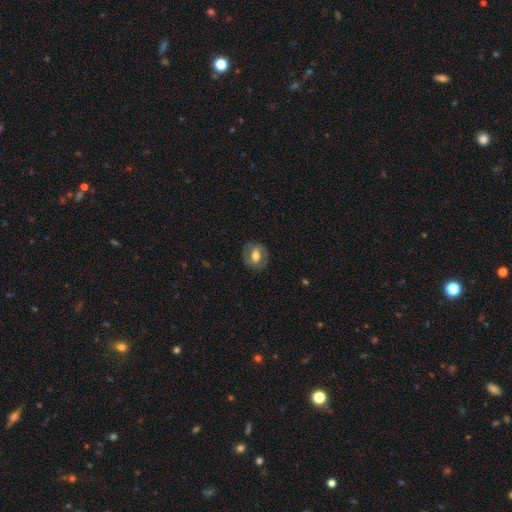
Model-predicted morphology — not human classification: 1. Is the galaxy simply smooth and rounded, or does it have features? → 48% featured or disk, 45% smooth, 7% star or artifact.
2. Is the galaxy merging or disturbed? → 81% none, 13% minor disturbance, 5% major disturbance, 1% merger.